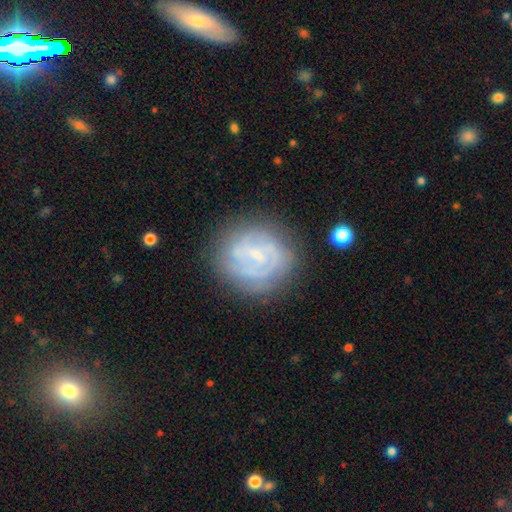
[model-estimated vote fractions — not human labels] Q: Smooth or featured?
A: featured or disk (72%); runner-up: smooth (21%)
Q: Edge-on disk?
A: no (98%); runner-up: yes (2%)
Q: Bar?
A: weak (49%); runner-up: no (34%)
Q: Spiral arms?
A: yes (80%); runner-up: no (20%)
Q: Spiral winding?
A: tight (62%); runner-up: medium (28%)
Q: Spiral arm count?
A: can't tell (39%); runner-up: 2 (35%)
Q: Bulge size?
A: small (65%); runner-up: none (18%)
Q: Merging?
A: none (74%); runner-up: minor disturbance (16%)